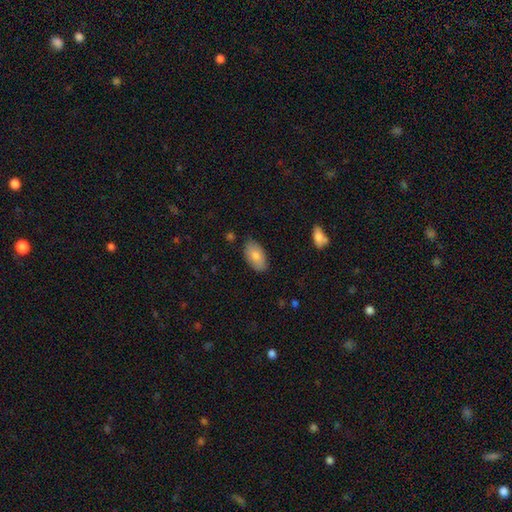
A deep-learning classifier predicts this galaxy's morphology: smooth_or_featured: smooth (p=0.81) [alt: featured or disk p=0.12]
how_rounded: in between (p=0.94) [alt: round p=0.04]
merging: none (p=0.82) [alt: minor disturbance p=0.14]